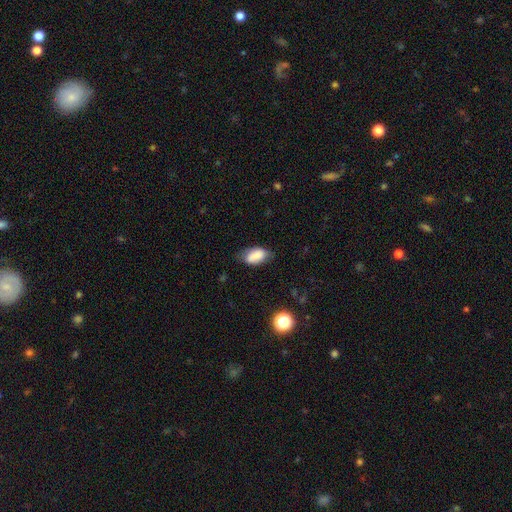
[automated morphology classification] smooth-or-featured: smooth: 81% | featured or disk: 10% | star or artifact: 8%
  how-rounded: in between: 92% | round: 5% | cigar-shaped: 4%
  merging: none: 66% | minor disturbance: 26% | major disturbance: 6% | merger: 2%